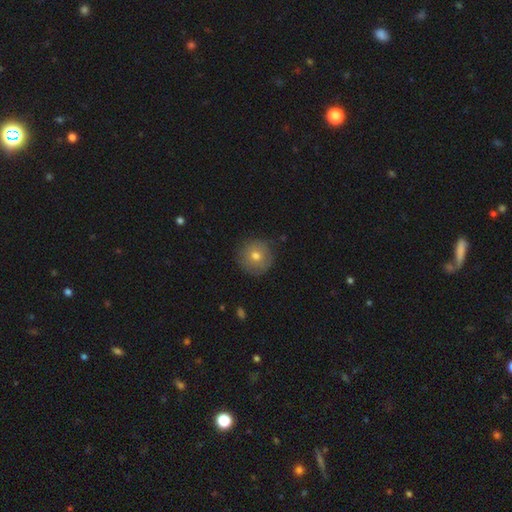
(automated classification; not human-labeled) Smooth or featured? Predicted: smooth (p=0.72). How rounded? Predicted: round (p=0.95). Merging? Predicted: none (p=0.85).